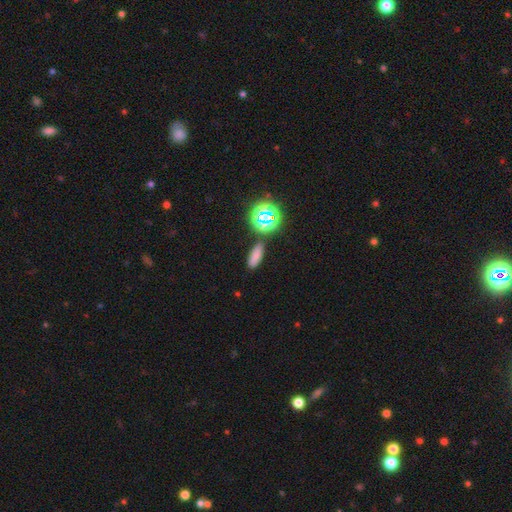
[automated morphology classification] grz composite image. It shows a smooth galaxy with no disk features (72%) that is in between round and cigar-shaped (62%). Merging: none (83%).